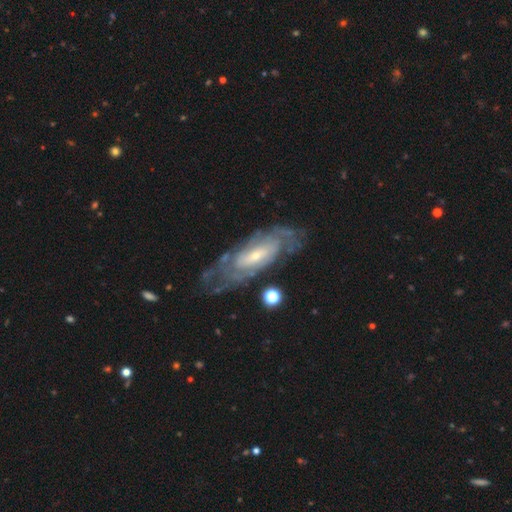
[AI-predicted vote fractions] A featured or disk galaxy (82%) with no bar (51%), tight (66%) spiral arms (88%) and a small central bulge (69%). Merging: none (67%).